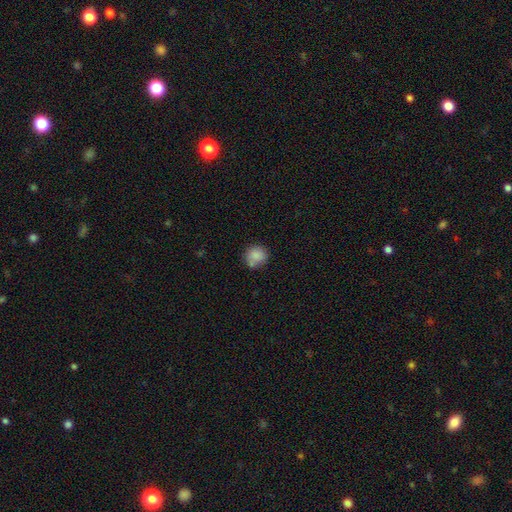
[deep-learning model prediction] Morphology: type=smooth (85%); roundness=round (86%); merging=none (67%).